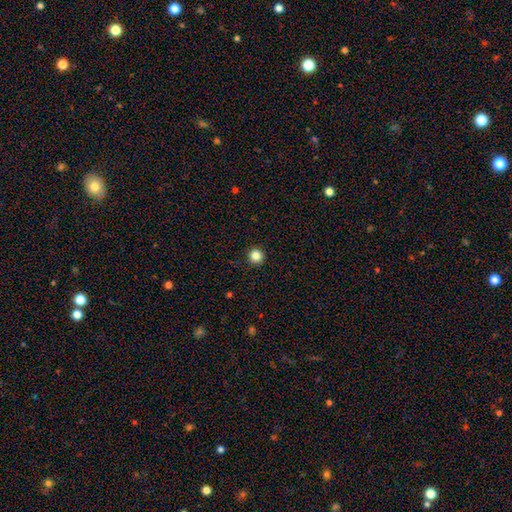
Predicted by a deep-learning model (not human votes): This appears to be a smooth galaxy with no disk features (85%) that is round (95%). Merging: none (93%).